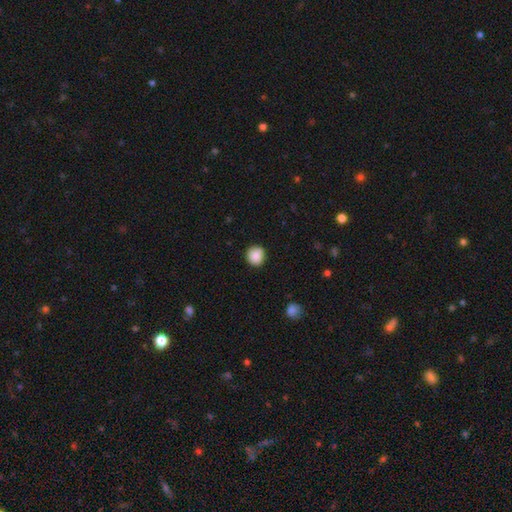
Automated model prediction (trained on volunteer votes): Smooth or featured?
  - smooth: 88% *
  - star or artifact: 8%
  - featured or disk: 4%
How rounded?
  - round: 88% *
  - in between: 11%
  - cigar-shaped: 1%
Merging?
  - none: 85% *
  - minor disturbance: 12%
  - major disturbance: 2%
  - merger: 1%